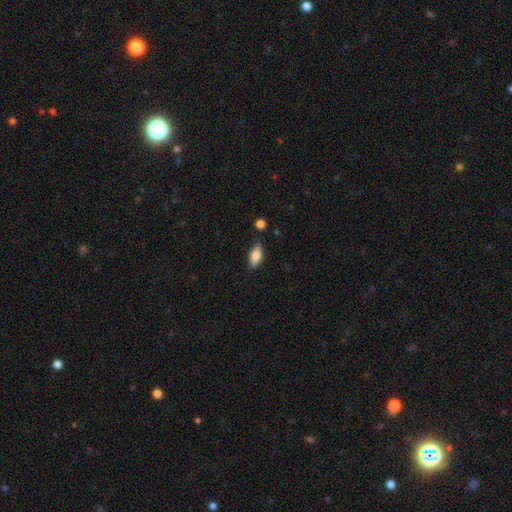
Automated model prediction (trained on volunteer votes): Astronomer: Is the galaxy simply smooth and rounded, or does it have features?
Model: smooth — 83%.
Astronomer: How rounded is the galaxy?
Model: in between — 81%.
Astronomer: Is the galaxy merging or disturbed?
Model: none — 83%.